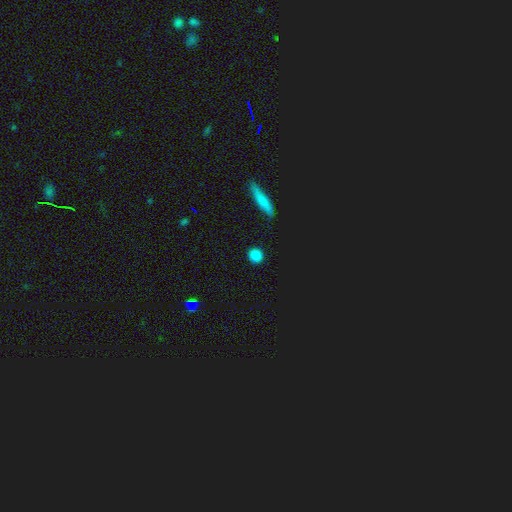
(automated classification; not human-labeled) smooth_or_featured: smooth (p=0.83) [alt: star or artifact p=0.12]
how_rounded: round (p=0.86) [alt: in between p=0.12]
merging: none (p=0.90) [alt: minor disturbance p=0.06]